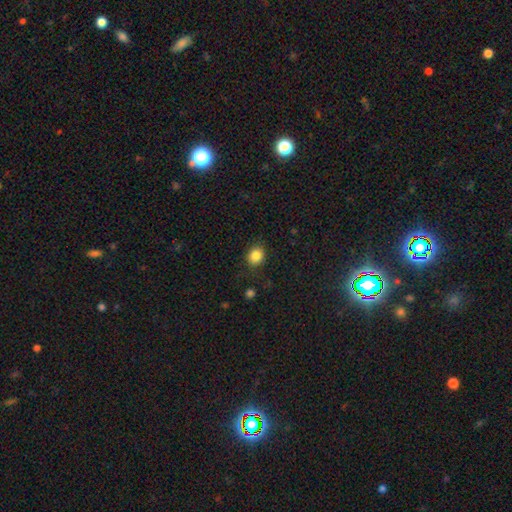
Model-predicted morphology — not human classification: Smooth or featured? Predicted: smooth (p=0.85). How rounded? Predicted: round (p=0.65). Merging? Predicted: none (p=0.85).